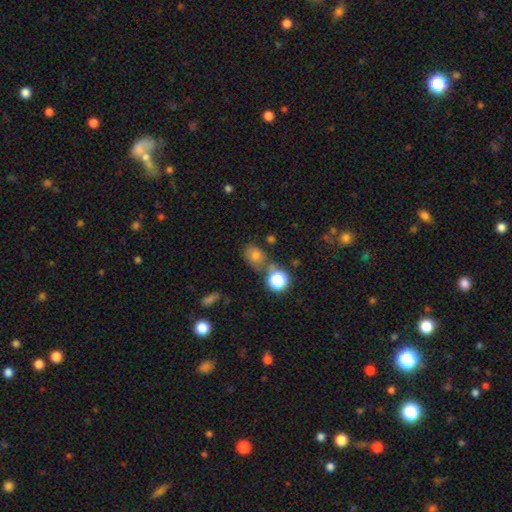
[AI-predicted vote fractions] smooth_or_featured: smooth (p=0.70) [alt: star or artifact p=0.19]
how_rounded: in between (p=0.51) [alt: round p=0.48]
merging: none (p=0.61) [alt: minor disturbance p=0.17]